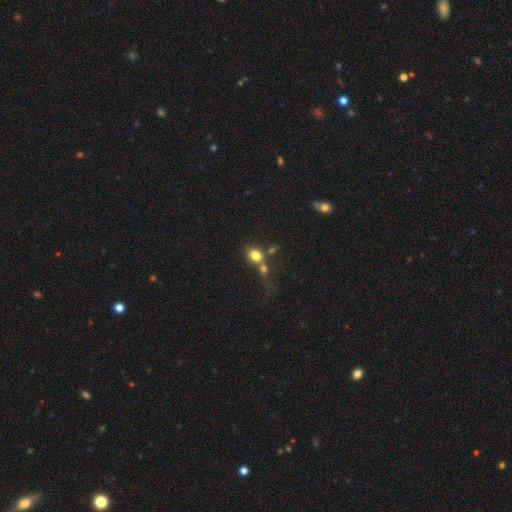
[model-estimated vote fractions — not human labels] A smooth galaxy with no disk features (77%) that is round (61%). Merging: merger (46%).